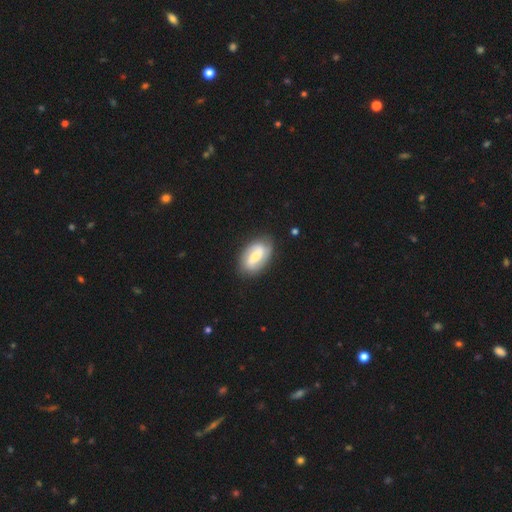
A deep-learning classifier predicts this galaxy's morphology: Q: Smooth or featured?
A: featured or disk (61%); runner-up: smooth (32%)
Q: Edge-on disk?
A: no (95%); runner-up: yes (5%)
Q: Bar?
A: weak (44%); runner-up: strong (34%)
Q: Spiral arms?
A: yes (87%); runner-up: no (13%)
Q: Spiral winding?
A: loose (38%); runner-up: medium (37%)
Q: Spiral arm count?
A: 2 (82%); runner-up: can't tell (10%)
Q: Bulge size?
A: small (46%); runner-up: moderate (40%)
Q: Merging?
A: none (81%); runner-up: minor disturbance (14%)